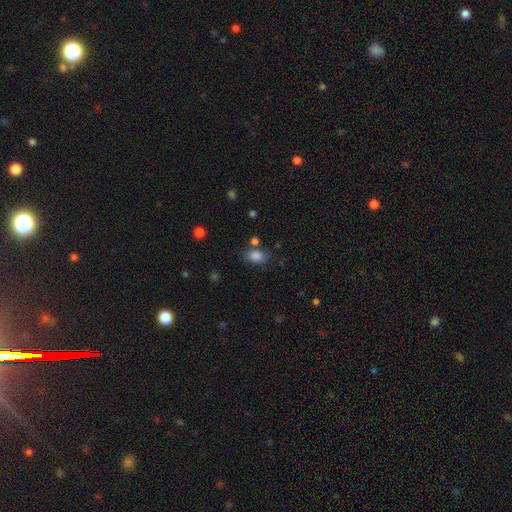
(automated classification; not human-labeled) A smooth galaxy with no disk features (83%) that is in between round and cigar-shaped (78%). Merging: none (68%).